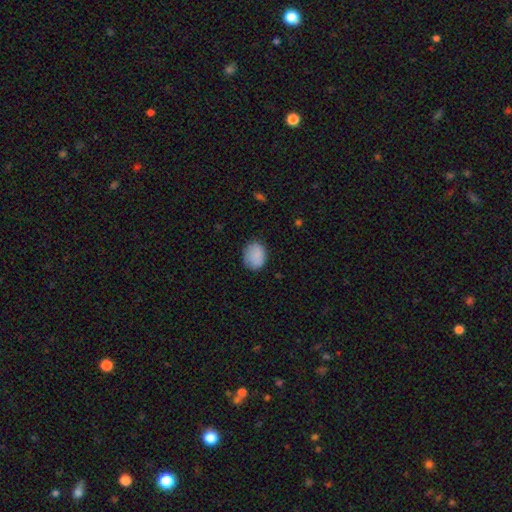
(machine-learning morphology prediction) Q: Smooth or featured?
A: smooth (87%); runner-up: star or artifact (8%)
Q: How rounded?
A: in between (51%); runner-up: round (48%)
Q: Merging?
A: none (79%); runner-up: minor disturbance (17%)